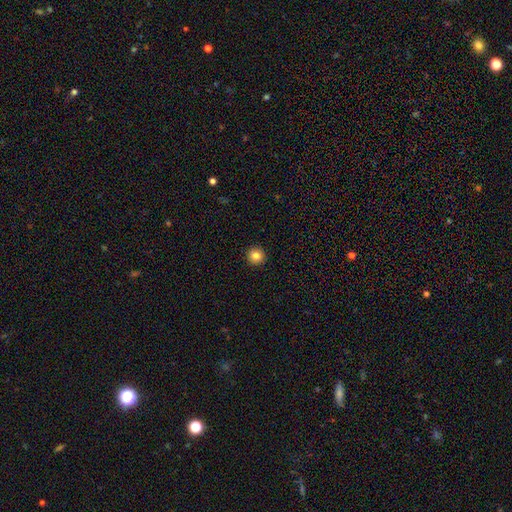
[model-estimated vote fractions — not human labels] This is clearly a smooth galaxy (84%). How rounded: clearly round (95%). Merging: clearly none (93%).